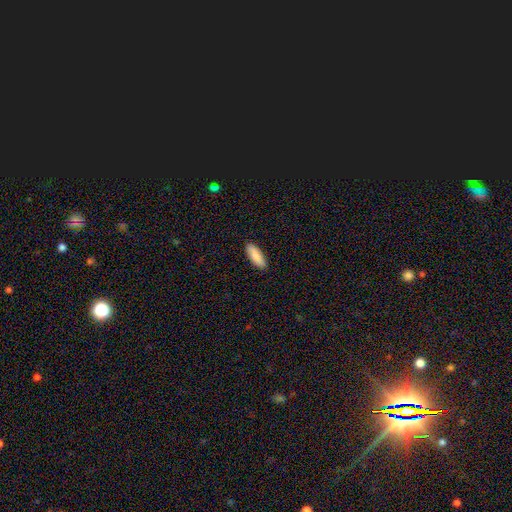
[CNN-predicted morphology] Smooth or featured: smooth — 87% (featured or disk — 8%)
How rounded: in between — 66% (cigar-shaped — 33%)
Merging: none — 91% (minor disturbance — 7%)